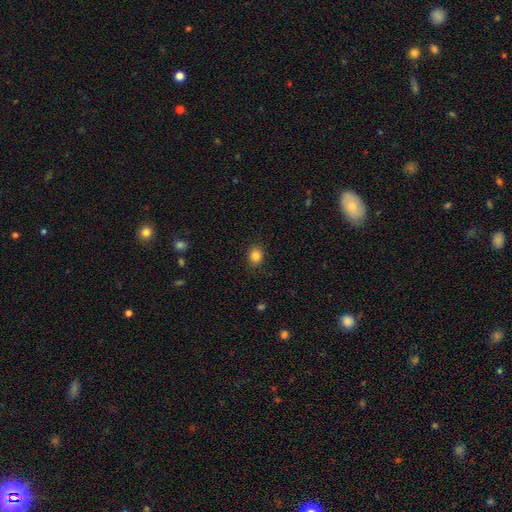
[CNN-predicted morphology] A smooth galaxy with no disk features (85%) that is round (59%). Merging: none (89%).